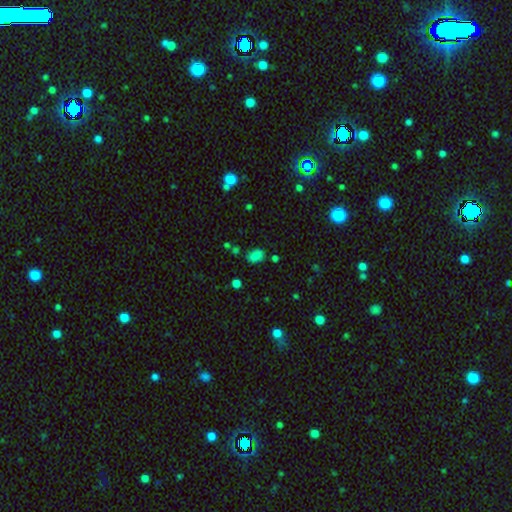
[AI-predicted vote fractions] A smooth galaxy with no disk features (78%) that is in between round and cigar-shaped (83%). Merging: none (71%).